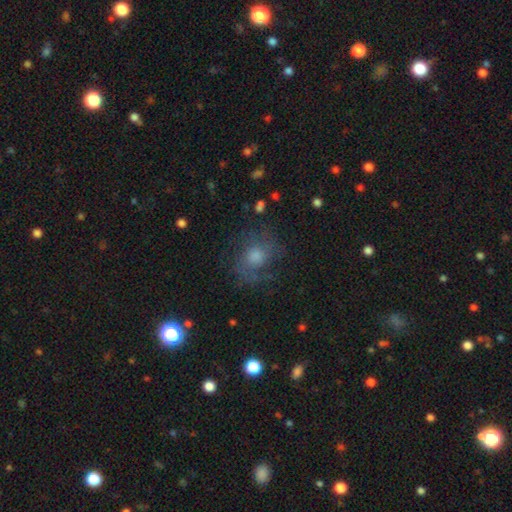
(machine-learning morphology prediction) Q: Smooth or featured?
A: smooth (51%); runner-up: featured or disk (35%)
Q: How rounded?
A: round (68%); runner-up: in between (31%)
Q: Merging?
A: none (61%); runner-up: minor disturbance (20%)